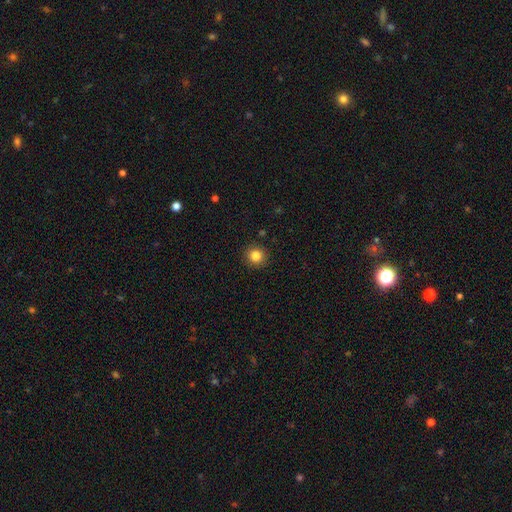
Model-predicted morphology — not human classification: Overall: smooth (84%). How rounded: round (92%). Merging: none (91%).